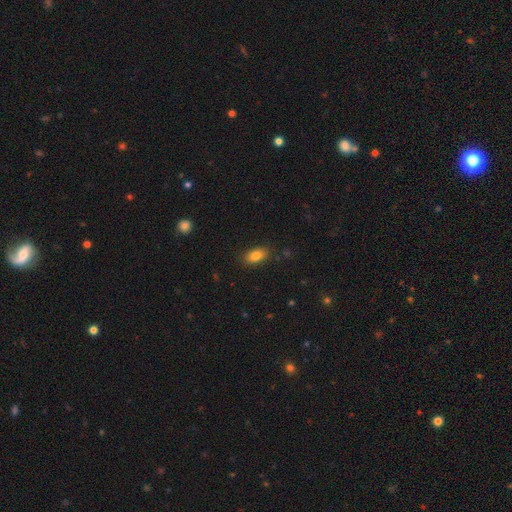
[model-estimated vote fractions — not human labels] Morphology: type=smooth (82%); roundness=in between (88%); merging=none (86%).